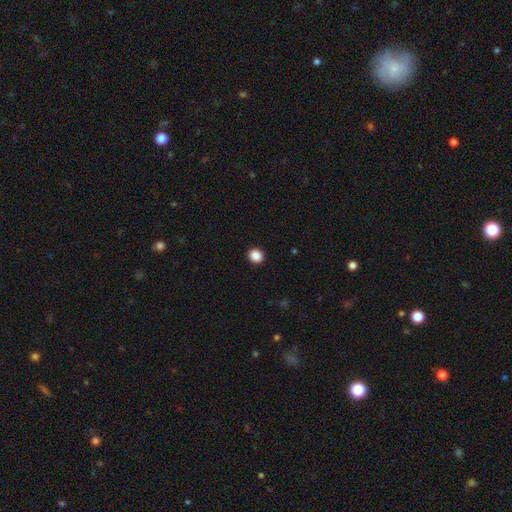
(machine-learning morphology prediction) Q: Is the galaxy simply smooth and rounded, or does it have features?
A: smooth — 88%.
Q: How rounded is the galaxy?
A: round — 85%.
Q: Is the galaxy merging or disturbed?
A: none — 93%.